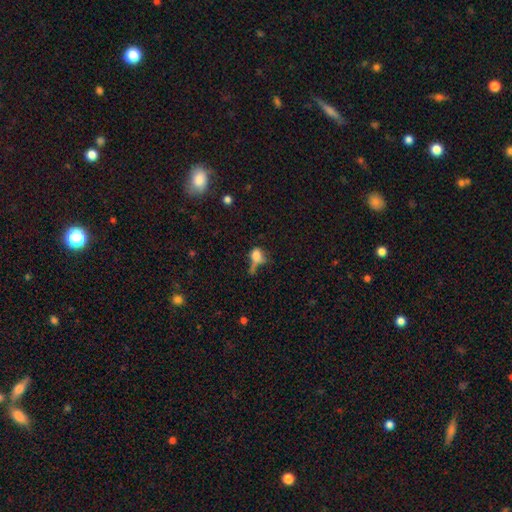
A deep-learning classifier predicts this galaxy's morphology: This is likely a smooth galaxy (69%). How rounded: possibly in between (52%). Merging: marginally none (30%).